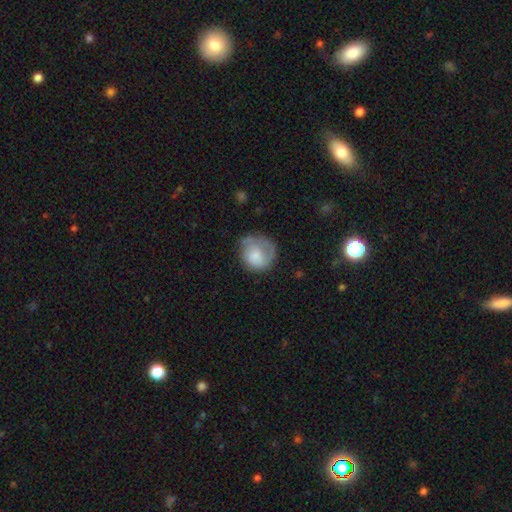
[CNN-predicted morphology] type=smooth (60%); roundness=round (82%); merging=none (52%).